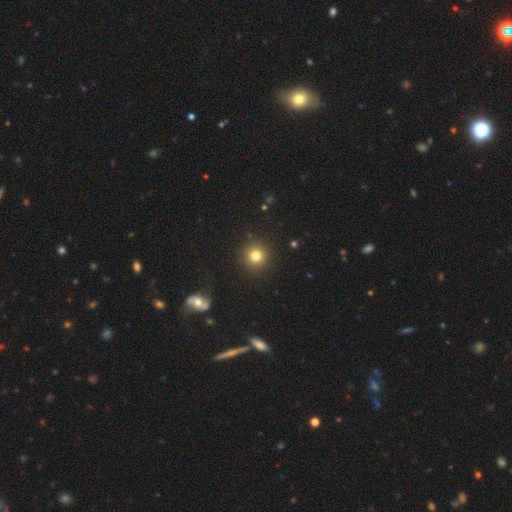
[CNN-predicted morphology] A smooth galaxy with no disk features (79%) that is round (95%). Merging: none (92%).